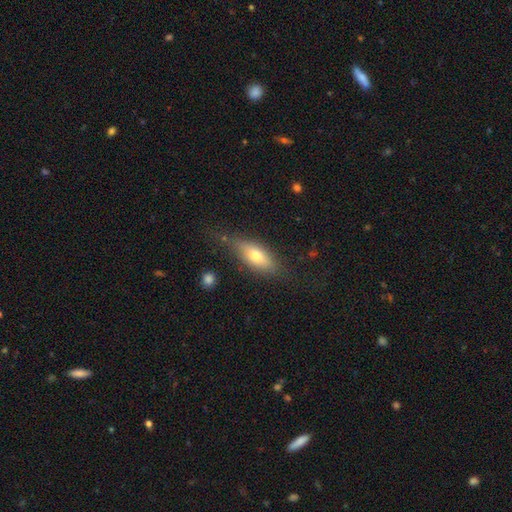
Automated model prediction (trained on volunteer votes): This is likely a smooth galaxy (63%). How rounded: likely in between (70%). Merging: likely none (67%).